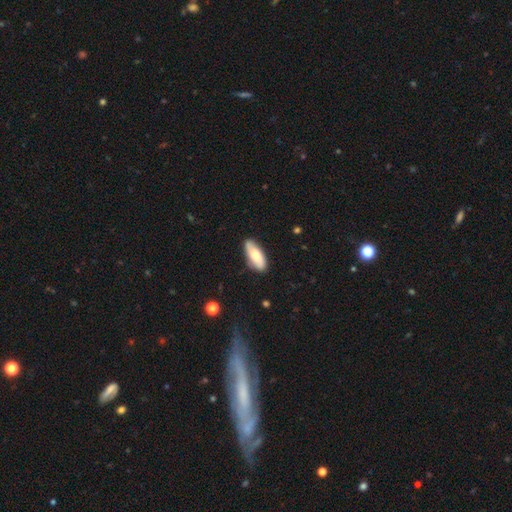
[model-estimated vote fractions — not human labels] A smooth galaxy with no disk features (67%) that is in between round and cigar-shaped (82%).

Vote fractions:
- Smooth or featured? smooth: 67% / featured or disk: 27% / star or artifact: 6%
- How rounded? in between: 82% / cigar-shaped: 16% / round: 2%
- Merging? none: 81% / minor disturbance: 15% / major disturbance: 3% / merger: 1%